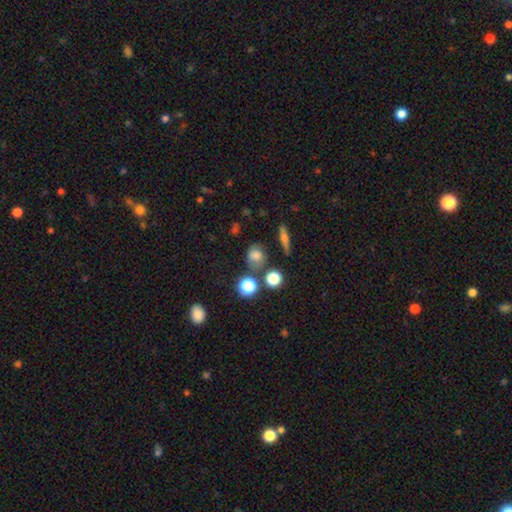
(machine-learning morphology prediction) smooth-or-featured: smooth: 72% | star or artifact: 16% | featured or disk: 11%
  how-rounded: round: 64% | in between: 34% | cigar-shaped: 2%
  merging: none: 67% | minor disturbance: 16% | merger: 11% | major disturbance: 6%